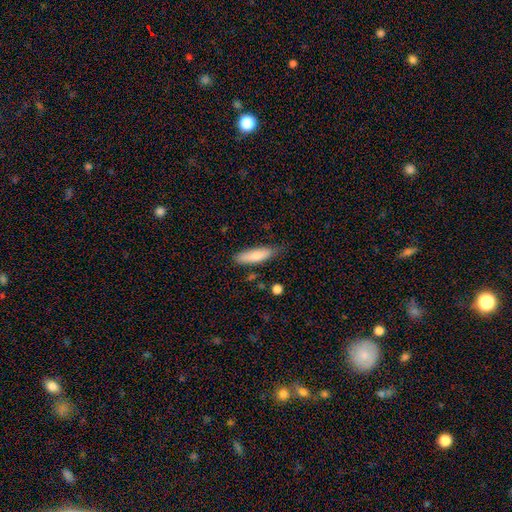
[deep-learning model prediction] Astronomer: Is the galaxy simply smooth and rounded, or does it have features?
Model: smooth — 81%.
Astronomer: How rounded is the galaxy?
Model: cigar-shaped — 59% (runner-up: in between, 39%).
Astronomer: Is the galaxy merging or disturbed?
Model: none — 74%.